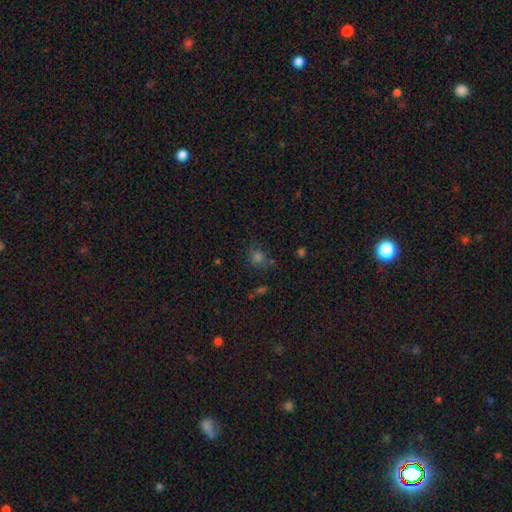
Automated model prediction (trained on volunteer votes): The model was most divided on "smooth or featured": smooth: 54%, star or artifact: 38%, featured or disk: 8%. More confident: how rounded — round (73%); merging — none (72%).